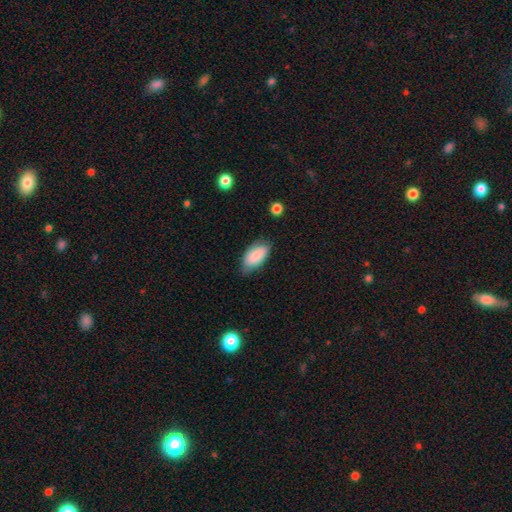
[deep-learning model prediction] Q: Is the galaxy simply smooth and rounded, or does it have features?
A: smooth — 84%.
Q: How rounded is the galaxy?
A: in between — 92%.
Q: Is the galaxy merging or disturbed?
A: none — 67%.